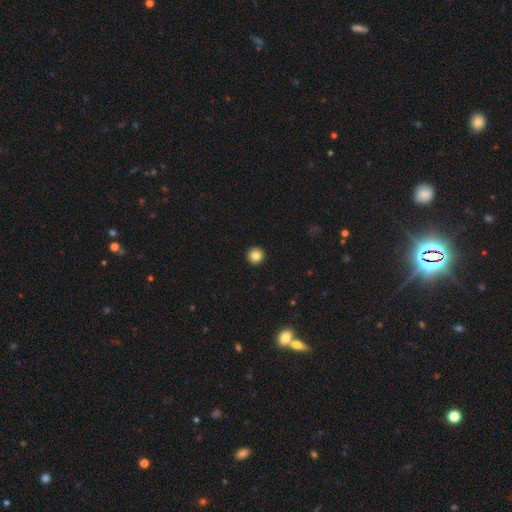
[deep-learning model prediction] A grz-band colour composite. It shows a smooth galaxy with no disk features (84%) that is round (96%). Merging: none (94%).